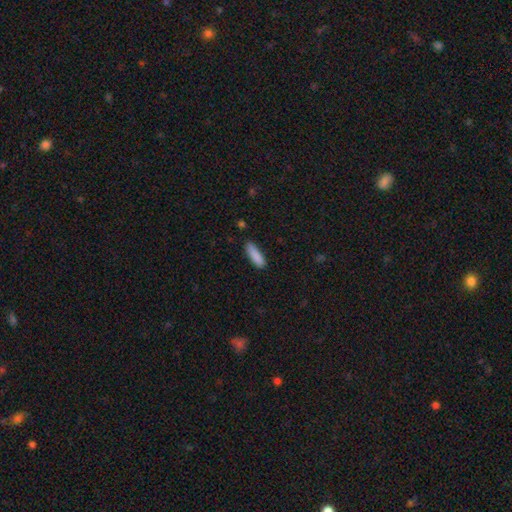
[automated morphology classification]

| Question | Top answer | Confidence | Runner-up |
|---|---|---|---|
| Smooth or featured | smooth | 88% | star or artifact (6%) |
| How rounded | cigar-shaped | 57% | in between (41%) |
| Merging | none | 81% | minor disturbance (15%) |